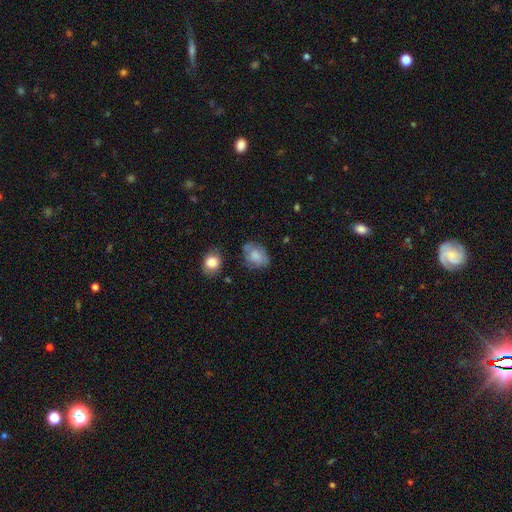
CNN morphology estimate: Smooth or featured? Predicted: smooth (p=0.68). How rounded? Predicted: in between (p=0.71). Merging? Predicted: none (p=0.56).